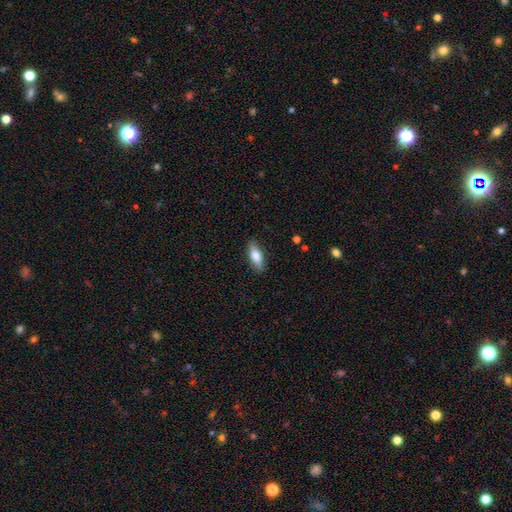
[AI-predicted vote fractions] A smooth galaxy with no disk features (79%) that is in between round and cigar-shaped (72%).

Vote fractions:
- Smooth or featured? smooth: 79% / featured or disk: 15% / star or artifact: 6%
- How rounded? in between: 72% / cigar-shaped: 25% / round: 2%
- Merging? none: 87% / minor disturbance: 10% / major disturbance: 2% / merger: 1%